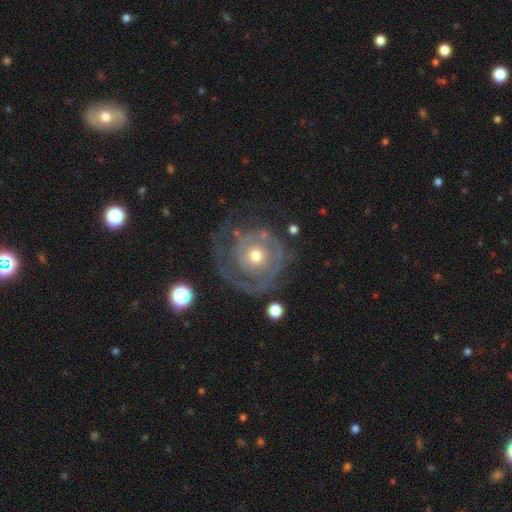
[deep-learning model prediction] Smooth or featured: featured or disk — 78% (smooth — 15%)
Edge-on disk: no — 97% (yes — 3%)
Bar: no — 84% (weak — 12%)
Spiral arms: yes — 82% (no — 18%)
Spiral winding: tight — 66% (medium — 23%)
Spiral arm count: can't tell — 33% (2 — 25%)
Bulge size: moderate — 61% (small — 32%)
Merging: none — 55% (major disturbance — 24%)